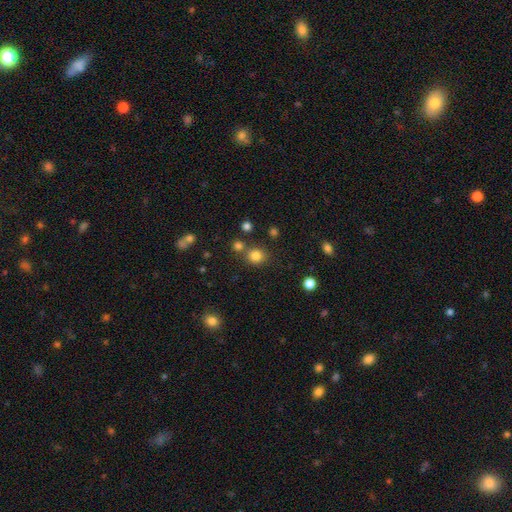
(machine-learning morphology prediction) Smooth or featured: smooth — 81% (star or artifact — 14%)
How rounded: round — 87% (in between — 12%)
Merging: none — 76% (merger — 13%)